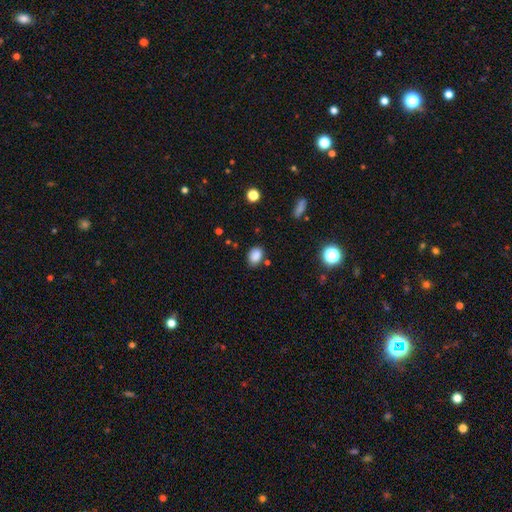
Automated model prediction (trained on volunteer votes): The model was most divided on "how rounded": in between: 75%, round: 24%, cigar-shaped: 1%. More confident: smooth or featured — smooth (85%); merging — none (78%).